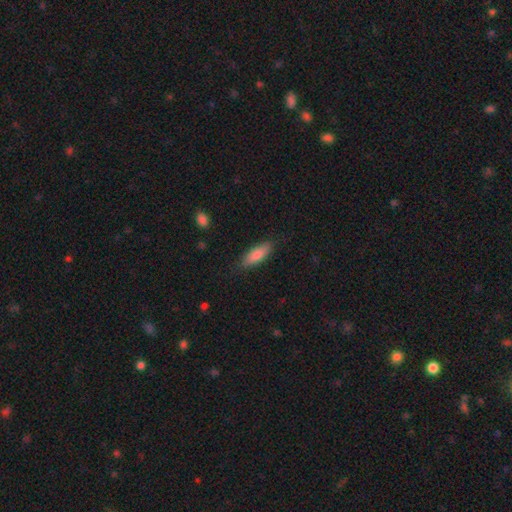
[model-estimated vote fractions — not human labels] smooth 83%, featured or disk 11%, star or artifact 6%. Down the decision tree: how rounded — in between (53%); merging — none (84%).